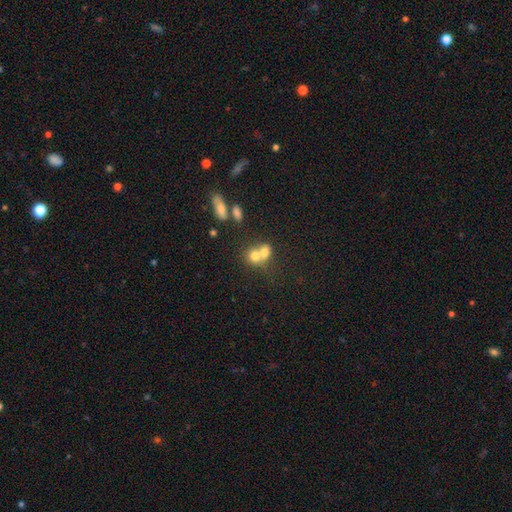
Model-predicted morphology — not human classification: This is likely a smooth galaxy (70%). How rounded: likely round (67%). Merging: likely merger (67%).